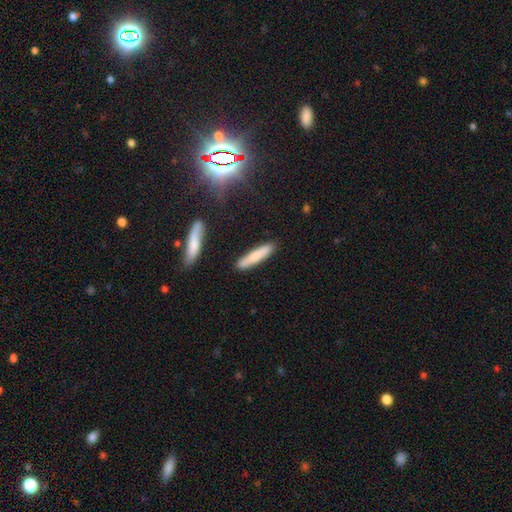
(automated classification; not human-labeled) This is likely a smooth galaxy (74%). How rounded: clearly cigar-shaped (87%). Merging: clearly none (86%).